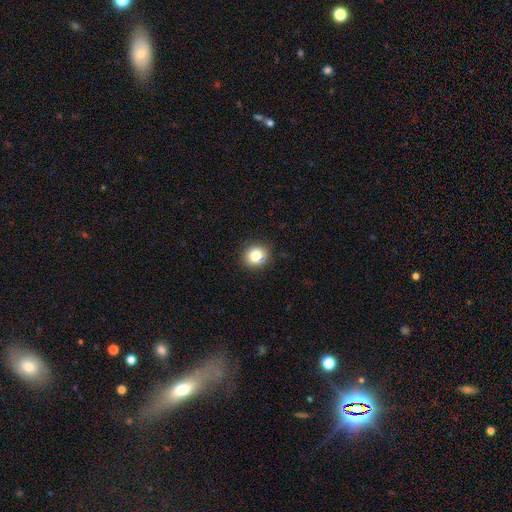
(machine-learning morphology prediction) Smooth or featured: smooth — 82% (star or artifact — 11%)
How rounded: round — 83% (in between — 16%)
Merging: none — 89% (minor disturbance — 8%)